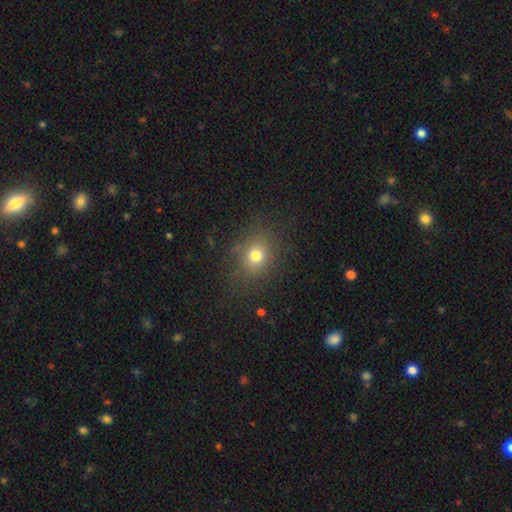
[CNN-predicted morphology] Smooth or featured: smooth — 73% (star or artifact — 18%)
How rounded: round — 68% (in between — 30%)
Merging: none — 81% (minor disturbance — 12%)